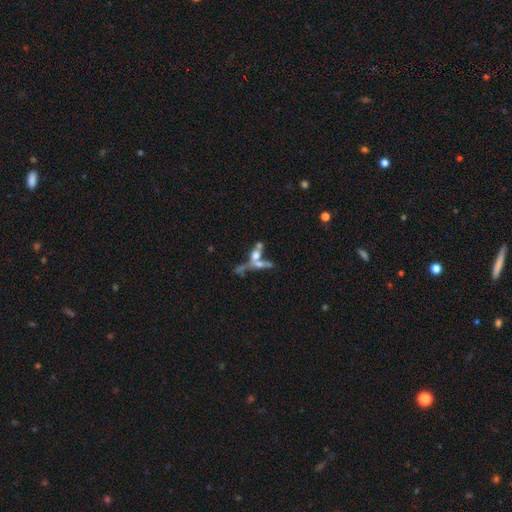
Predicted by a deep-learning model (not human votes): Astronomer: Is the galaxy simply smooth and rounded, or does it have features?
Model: featured or disk — 47% (runner-up: smooth, 37%).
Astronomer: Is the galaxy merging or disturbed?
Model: merger — 52%.